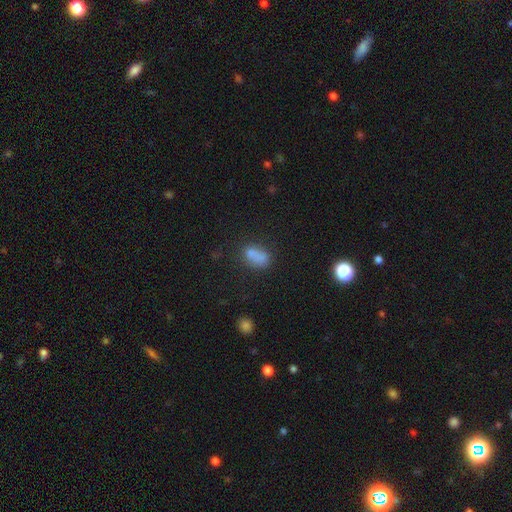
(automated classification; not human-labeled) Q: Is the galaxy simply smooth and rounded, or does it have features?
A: smooth — 76%.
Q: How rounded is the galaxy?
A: in between — 81%.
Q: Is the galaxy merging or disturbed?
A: none — 51%.